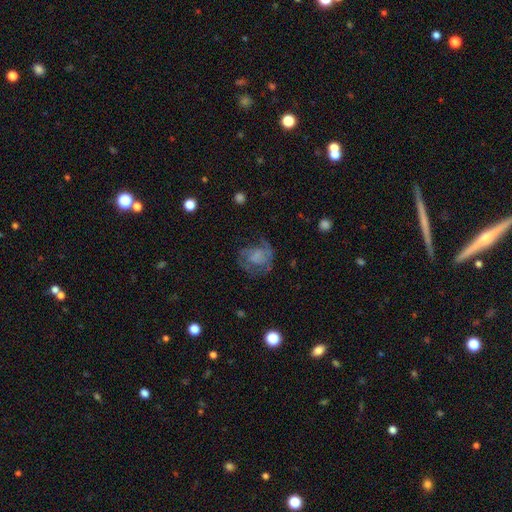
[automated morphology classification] Q: Smooth or featured?
A: featured or disk (55%); runner-up: smooth (33%)
Q: Edge-on disk?
A: no (98%); runner-up: yes (2%)
Q: Bar?
A: no (77%); runner-up: weak (20%)
Q: Spiral arms?
A: yes (69%); runner-up: no (31%)
Q: Bulge size?
A: none (56%); runner-up: small (15%)
Q: Merging?
A: none (54%); runner-up: major disturbance (23%)